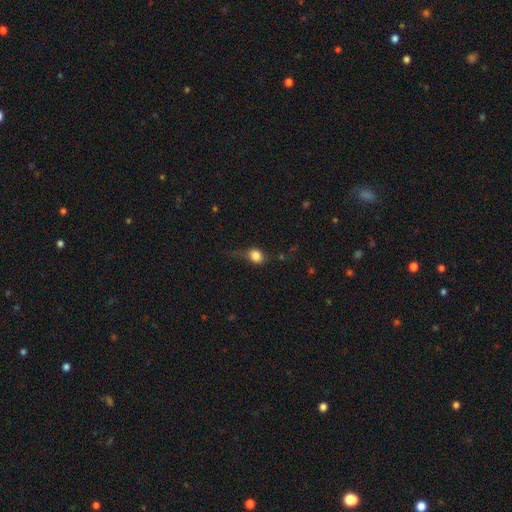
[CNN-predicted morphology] A smooth galaxy with no disk features (81%) that is round (54%).

Vote fractions:
- Smooth or featured? smooth: 81% / star or artifact: 10% / featured or disk: 9%
- How rounded? round: 54% / in between: 44% / cigar-shaped: 2%
- Merging? none: 46% / minor disturbance: 31% / major disturbance: 21% / merger: 3%